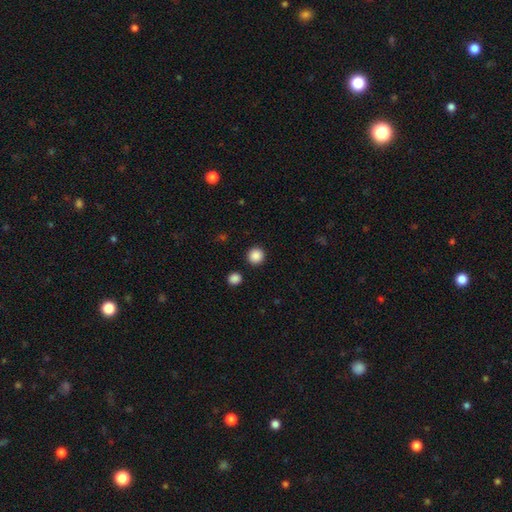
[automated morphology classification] smooth_or_featured: smooth (p=0.88) [alt: star or artifact p=0.09]
how_rounded: round (p=0.94) [alt: in between p=0.06]
merging: none (p=0.90) [alt: minor disturbance p=0.05]